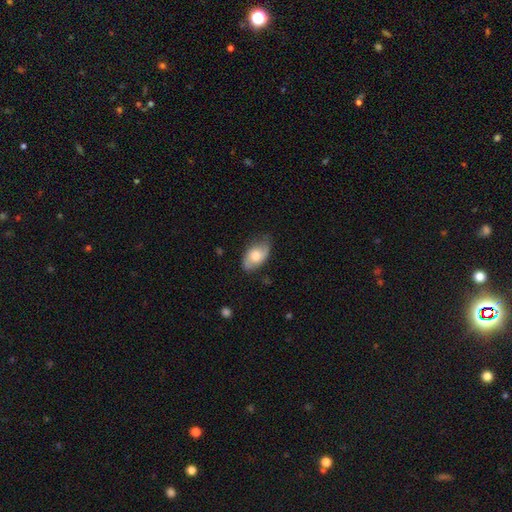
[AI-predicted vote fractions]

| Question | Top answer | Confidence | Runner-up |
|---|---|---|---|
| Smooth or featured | smooth | 59% | featured or disk (35%) |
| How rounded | in between | 92% | round (6%) |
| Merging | none | 71% | minor disturbance (23%) |